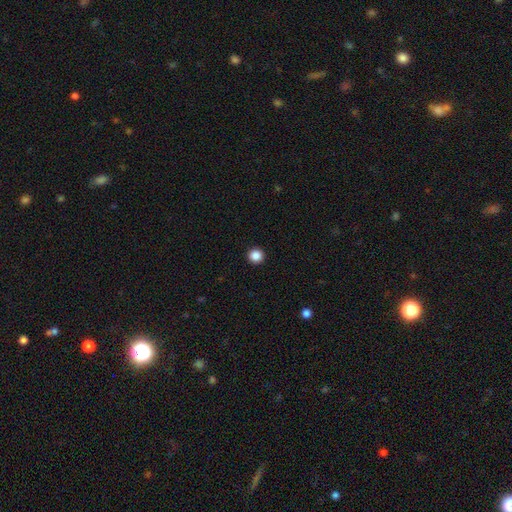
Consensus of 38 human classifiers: Smooth or featured: smooth — 92% (star or artifact — 8%)
How rounded: round — 91% (in between — 9%)
Merging: none — 100%